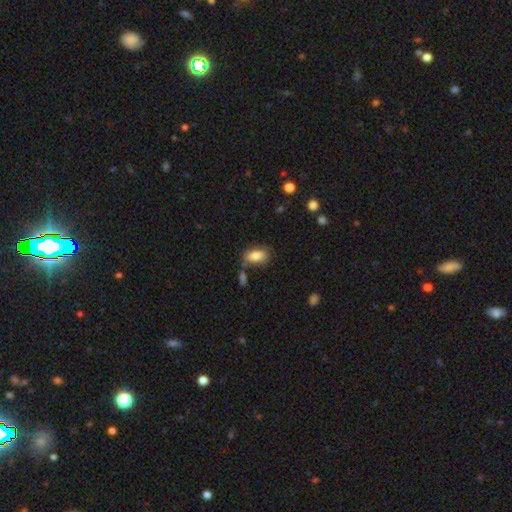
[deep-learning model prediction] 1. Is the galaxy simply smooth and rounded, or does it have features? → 81% smooth, 11% featured or disk, 8% star or artifact.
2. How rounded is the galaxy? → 91% in between, 5% round, 5% cigar-shaped.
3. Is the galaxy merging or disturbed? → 65% none, 18% minor disturbance, 11% merger, 6% major disturbance.